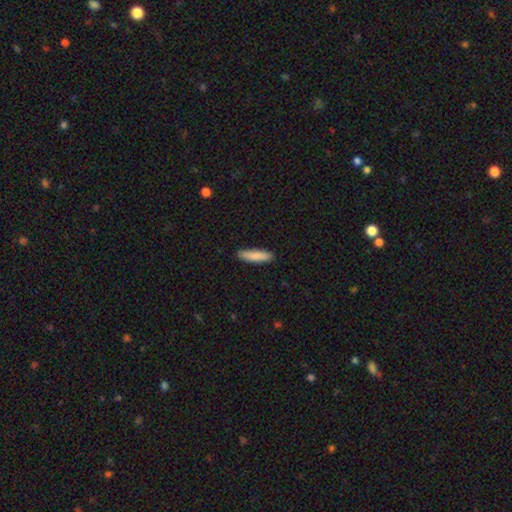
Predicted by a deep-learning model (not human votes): smooth 87%, featured or disk 7%, star or artifact 6%. Down the decision tree: how rounded — cigar-shaped (76%); merging — none (89%).